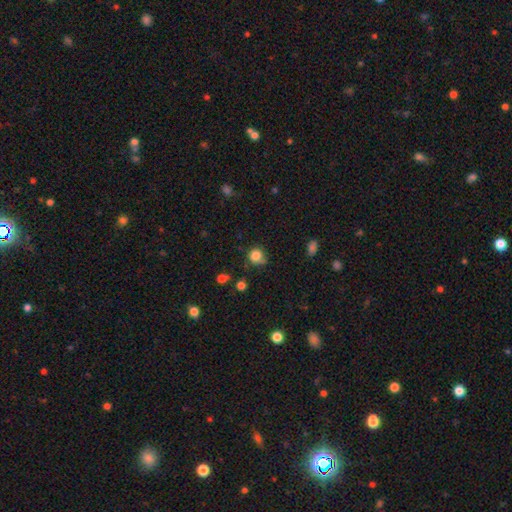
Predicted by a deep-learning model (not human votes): Q: Smooth or featured?
A: smooth (82%); runner-up: star or artifact (12%)
Q: How rounded?
A: round (86%); runner-up: in between (13%)
Q: Merging?
A: none (63%); runner-up: minor disturbance (26%)